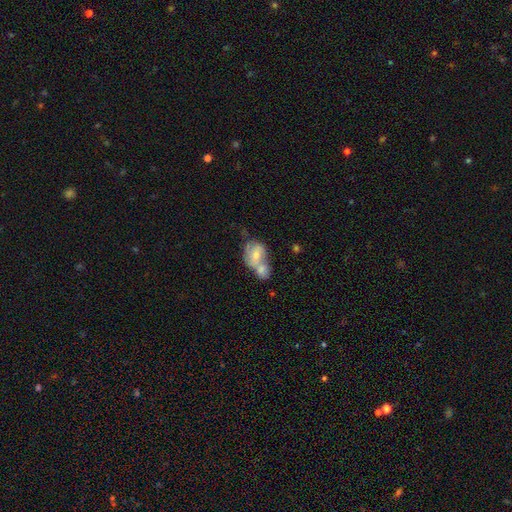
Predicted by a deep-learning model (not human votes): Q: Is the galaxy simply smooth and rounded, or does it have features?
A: smooth — 55%.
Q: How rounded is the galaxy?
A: in between — 60%.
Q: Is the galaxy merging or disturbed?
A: merger — 67%.